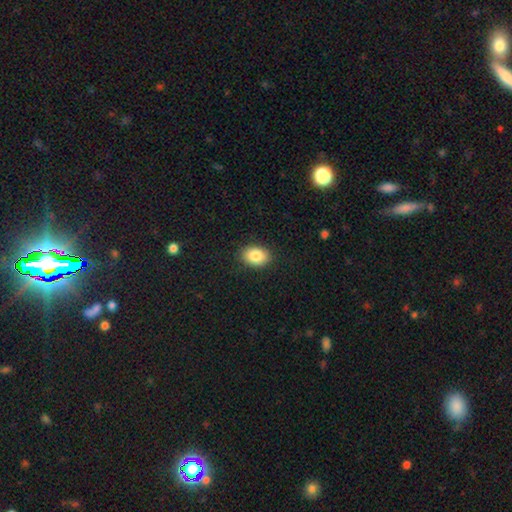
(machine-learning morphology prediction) smooth-or-featured: smooth: 86% | star or artifact: 8% | featured or disk: 6%
  how-rounded: in between: 77% | round: 22% | cigar-shaped: 1%
  merging: none: 88% | minor disturbance: 9% | major disturbance: 2% | merger: 1%